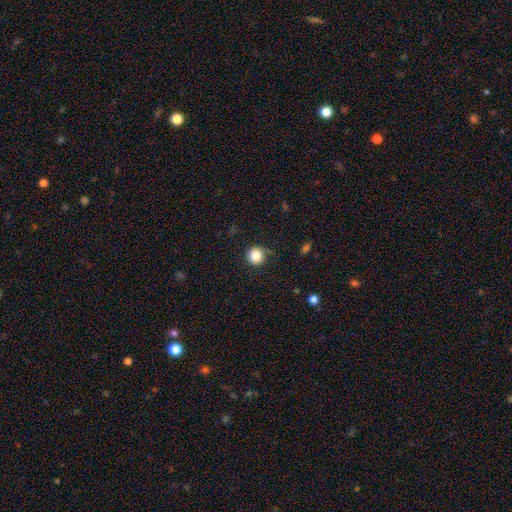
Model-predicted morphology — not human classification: smooth_or_featured: smooth (p=0.85) [alt: star or artifact p=0.11]
how_rounded: round (p=0.95) [alt: in between p=0.04]
merging: none (p=0.89) [alt: minor disturbance p=0.08]